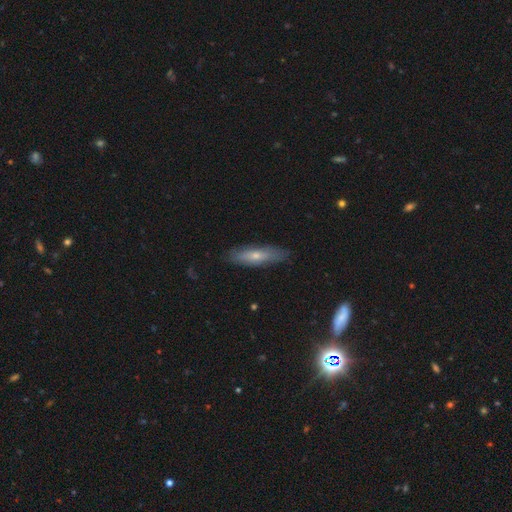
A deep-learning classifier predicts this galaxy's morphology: This is possibly a smooth galaxy (57%). How rounded: likely cigar-shaped (67%). Merging: clearly none (82%).